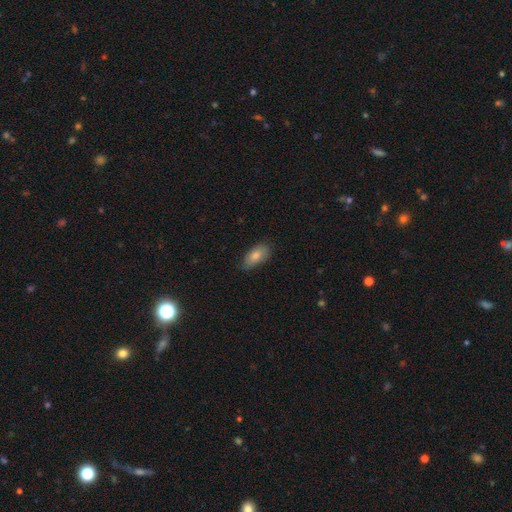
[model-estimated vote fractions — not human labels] smooth-or-featured: smooth: 79% | featured or disk: 14% | star or artifact: 7%
  how-rounded: in between: 90% | cigar-shaped: 6% | round: 4%
  merging: none: 71% | minor disturbance: 24% | major disturbance: 4% | merger: 1%